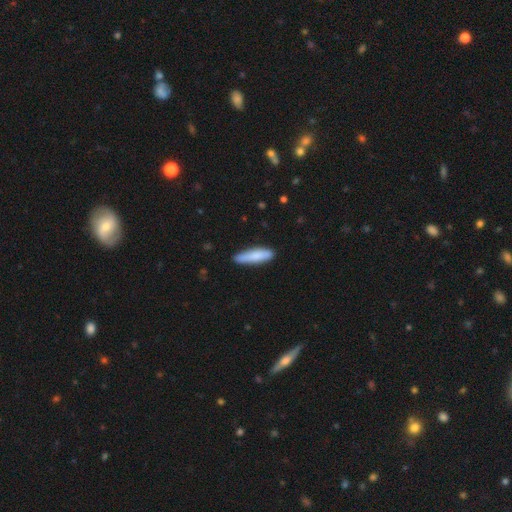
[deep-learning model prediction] Q: Smooth or featured?
A: smooth (80%); runner-up: featured or disk (15%)
Q: How rounded?
A: cigar-shaped (76%); runner-up: in between (22%)
Q: Merging?
A: none (83%); runner-up: minor disturbance (14%)